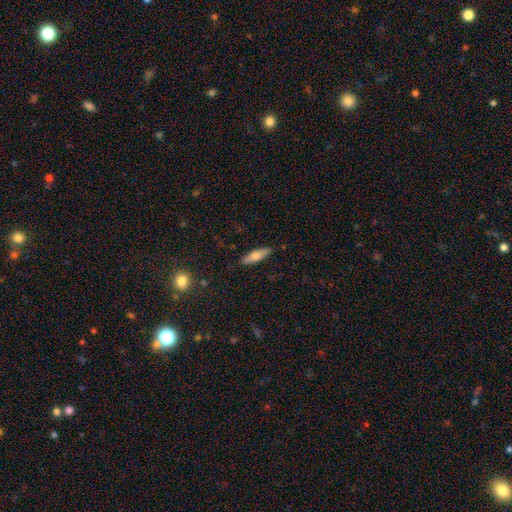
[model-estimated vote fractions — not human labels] Q: Smooth or featured?
A: smooth (66%); runner-up: featured or disk (28%)
Q: How rounded?
A: cigar-shaped (59%); runner-up: in between (39%)
Q: Merging?
A: none (89%); runner-up: minor disturbance (8%)